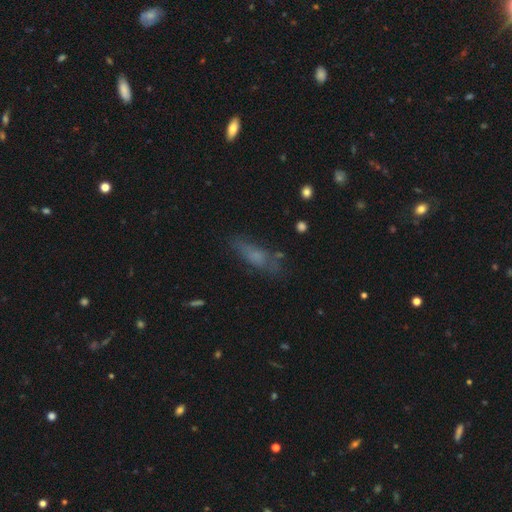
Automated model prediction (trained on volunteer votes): Overall: smooth (59%; featured or disk 26%). How rounded: in between (48%, tied with cigar-shaped). Merging: none (59%; minor disturbance 23%).